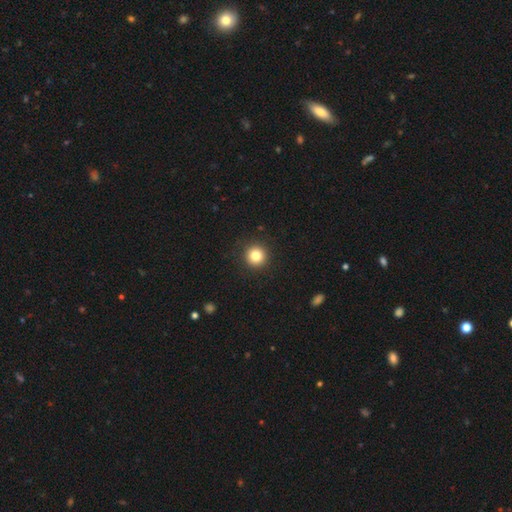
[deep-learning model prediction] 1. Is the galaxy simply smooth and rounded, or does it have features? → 81% smooth, 12% star or artifact, 7% featured or disk.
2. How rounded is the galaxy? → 96% round, 3% in between, 1% cigar-shaped.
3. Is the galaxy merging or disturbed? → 92% none, 5% minor disturbance, 2% major disturbance, 1% merger.